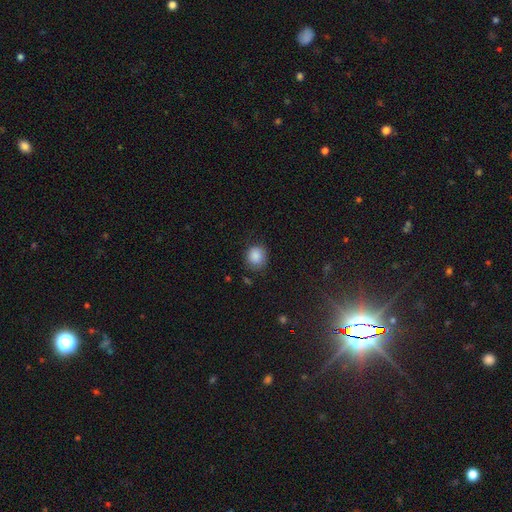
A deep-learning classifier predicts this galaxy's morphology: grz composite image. It shows a smooth galaxy with no disk features (87%) that is round (81%). Merging: none (77%).